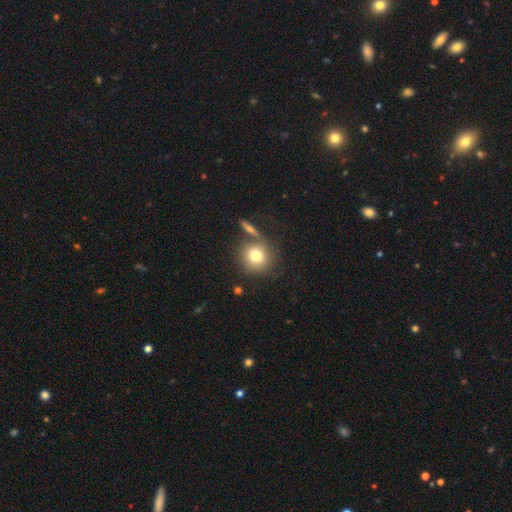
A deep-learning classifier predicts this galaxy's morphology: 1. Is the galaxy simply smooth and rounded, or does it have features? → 75% smooth, 14% featured or disk, 11% star or artifact.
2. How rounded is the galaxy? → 91% round, 8% in between, 1% cigar-shaped.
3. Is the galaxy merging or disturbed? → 70% none, 15% merger, 10% minor disturbance, 4% major disturbance.